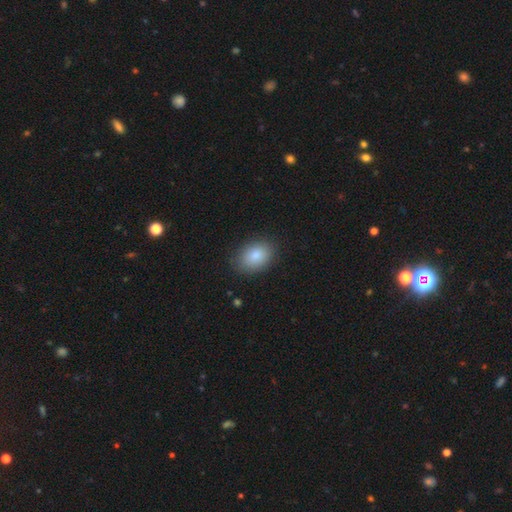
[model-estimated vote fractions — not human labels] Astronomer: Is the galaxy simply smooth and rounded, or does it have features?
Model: smooth — 86%.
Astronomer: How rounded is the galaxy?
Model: in between — 81%.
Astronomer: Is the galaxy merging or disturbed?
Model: none — 85%.